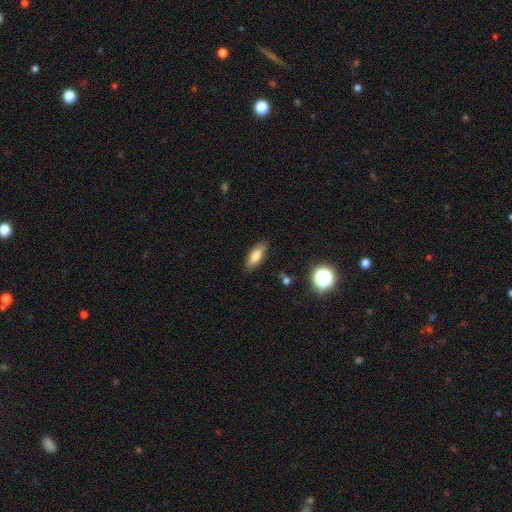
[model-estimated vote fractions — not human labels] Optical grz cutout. It shows a smooth galaxy with no disk features (77%) that is in between round and cigar-shaped (76%). Merging: none (87%).